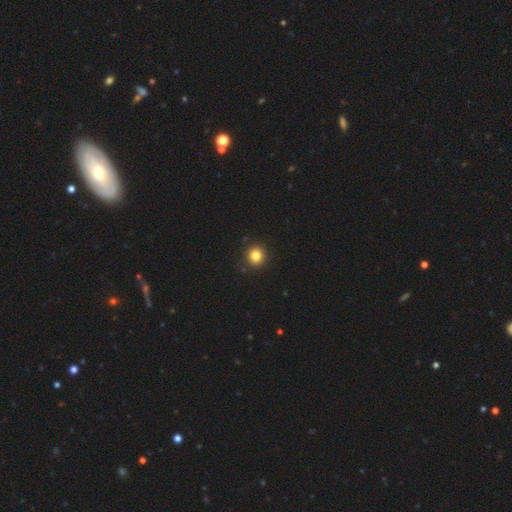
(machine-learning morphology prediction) Smooth or featured?
  - smooth: 82% *
  - star or artifact: 12%
  - featured or disk: 5%
How rounded?
  - round: 92% *
  - in between: 7%
  - cigar-shaped: 1%
Merging?
  - none: 91% *
  - minor disturbance: 6%
  - major disturbance: 2%
  - merger: 1%